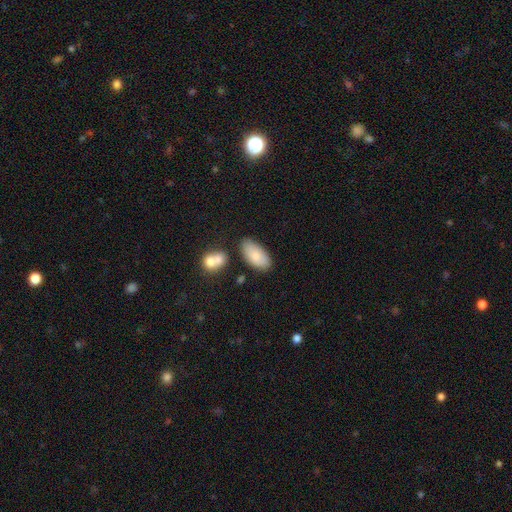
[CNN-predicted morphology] smooth-or-featured: smooth: 81% | featured or disk: 13% | star or artifact: 6%
  how-rounded: in between: 94% | cigar-shaped: 4% | round: 3%
  merging: none: 73% | minor disturbance: 17% | merger: 7% | major disturbance: 4%